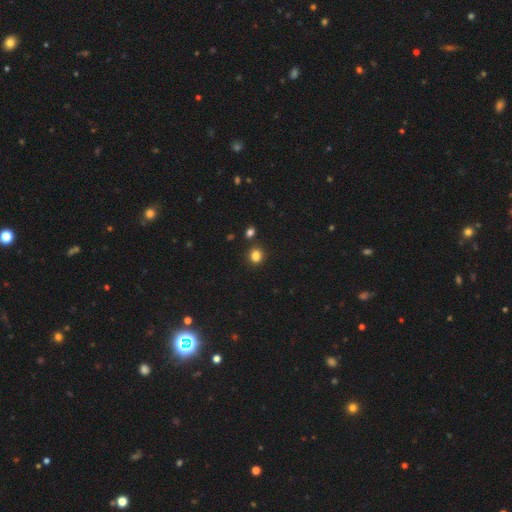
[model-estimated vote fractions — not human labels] The model was most divided on "how rounded": round: 73%, in between: 26%, cigar-shaped: 1%. More confident: merging — none (84%); smooth or featured — smooth (83%).